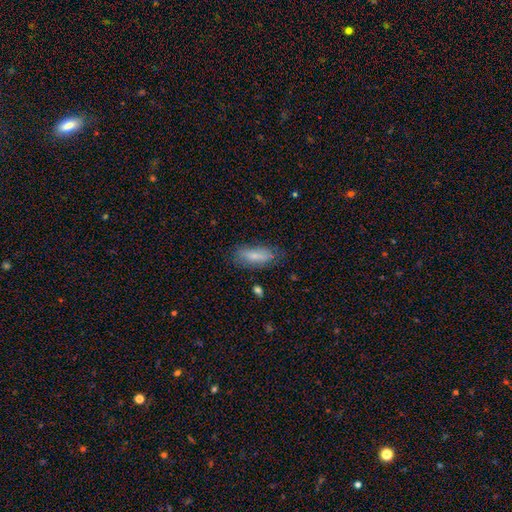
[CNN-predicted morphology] A smooth galaxy with no disk features (72%) that is in between round and cigar-shaped (74%). Merging: none (70%).